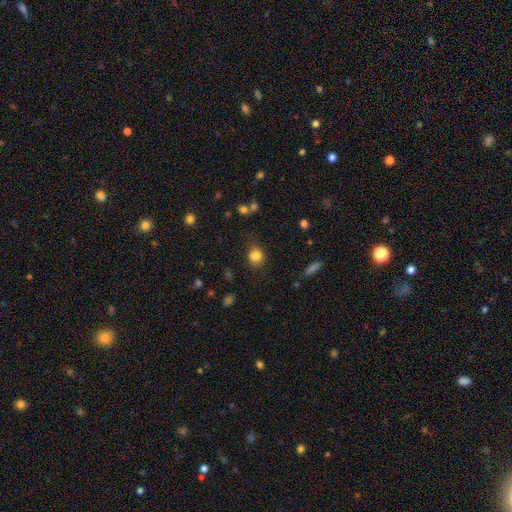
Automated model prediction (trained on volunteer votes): A smooth galaxy with no disk features (83%) that is round (75%).

Vote fractions:
- Smooth or featured? smooth: 83% / star or artifact: 11% / featured or disk: 6%
- How rounded? round: 75% / in between: 24% / cigar-shaped: 1%
- Merging? none: 71% / minor disturbance: 20% / major disturbance: 6% / merger: 3%